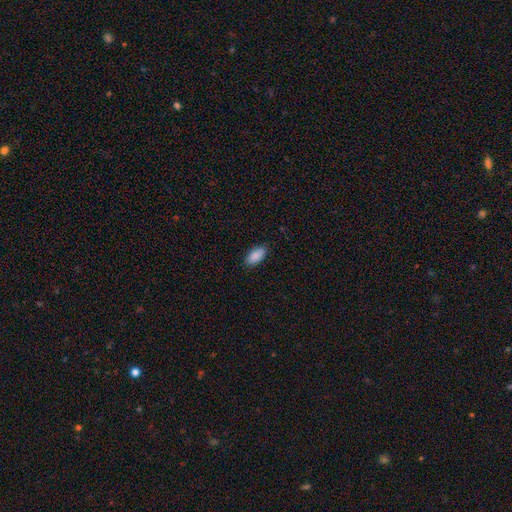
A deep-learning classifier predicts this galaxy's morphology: This is clearly a smooth galaxy (90%). How rounded: clearly in between (92%). Merging: clearly none (87%).